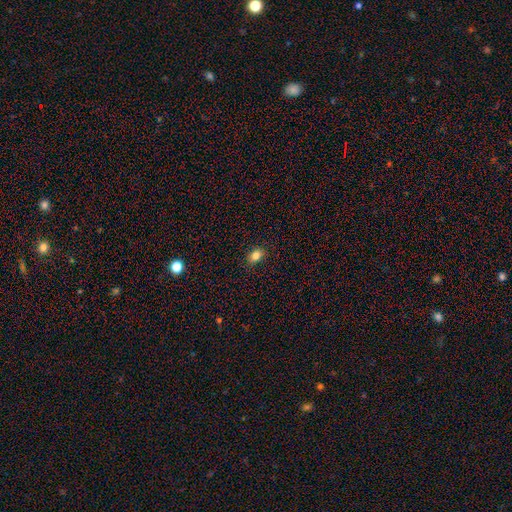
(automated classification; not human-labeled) This is clearly a smooth galaxy (83%). How rounded: likely in between (68%). Merging: clearly none (87%).